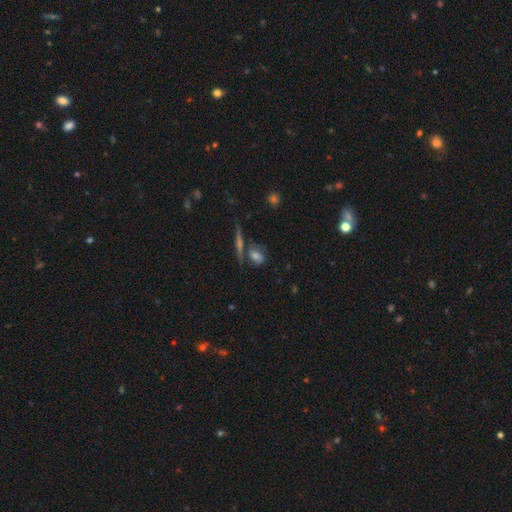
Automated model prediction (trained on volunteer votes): A smooth galaxy with no disk features (54%) that is in between round and cigar-shaped (47%).

Vote fractions:
- Smooth or featured? smooth: 54% / featured or disk: 30% / star or artifact: 16%
- How rounded? in between: 47% / round: 43% / cigar-shaped: 10%
- Merging? none: 60% / merger: 18% / minor disturbance: 15% / major disturbance: 7%